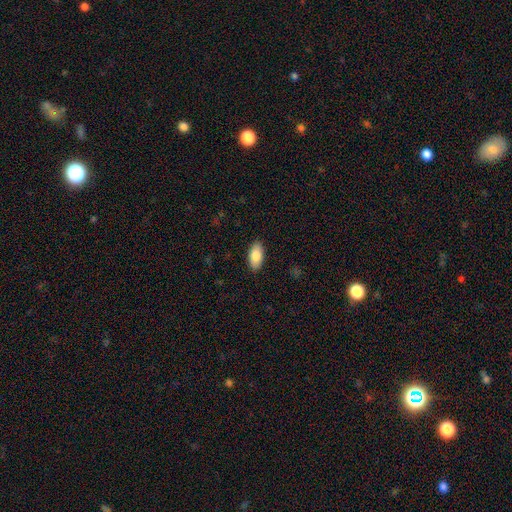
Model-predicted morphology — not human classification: Q: Smooth or featured?
A: smooth (84%); runner-up: featured or disk (10%)
Q: How rounded?
A: in between (92%); runner-up: cigar-shaped (6%)
Q: Merging?
A: none (89%); runner-up: minor disturbance (8%)